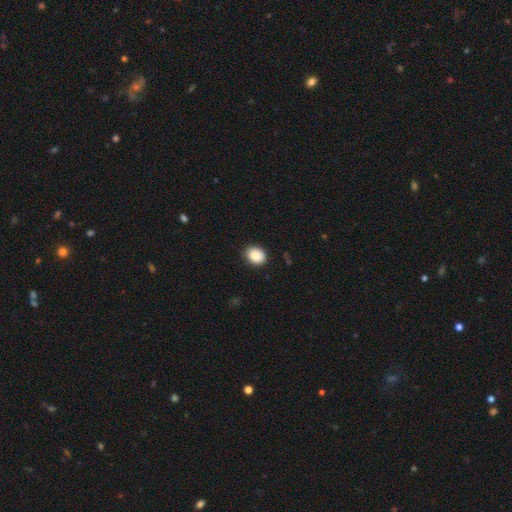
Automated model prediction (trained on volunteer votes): smooth_or_featured: smooth (p=0.89) [alt: star or artifact p=0.08]
how_rounded: round (p=0.50) [alt: in between p=0.49]
merging: none (p=0.84) [alt: minor disturbance p=0.12]